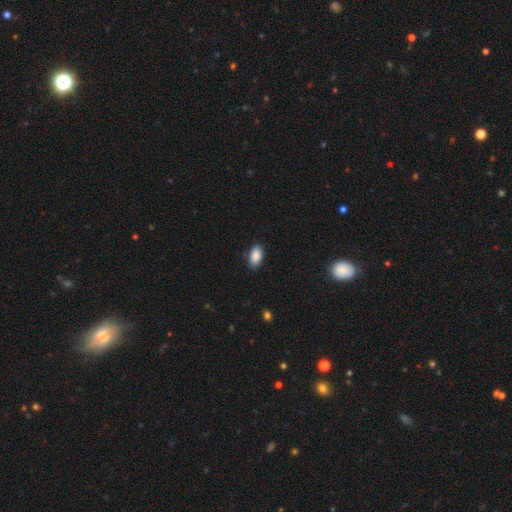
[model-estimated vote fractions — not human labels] This appears to be a smooth galaxy with no disk features (89%) that is in between round and cigar-shaped (93%). Merging: none (84%).